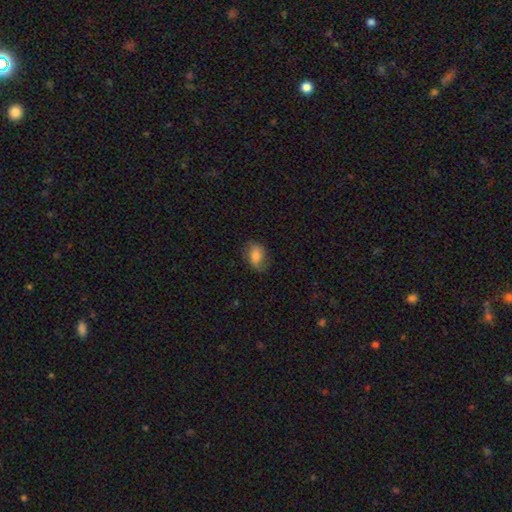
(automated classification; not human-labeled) Smooth or featured? smooth (68%)
How rounded? in between (78%)
Merging? none (73%)